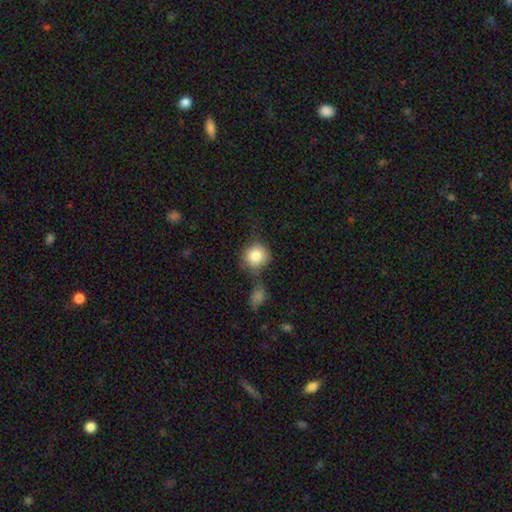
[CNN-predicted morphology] smooth 82%, featured or disk 9%, star or artifact 8%. Down the decision tree: how rounded — round (90%); merging — none (57%).